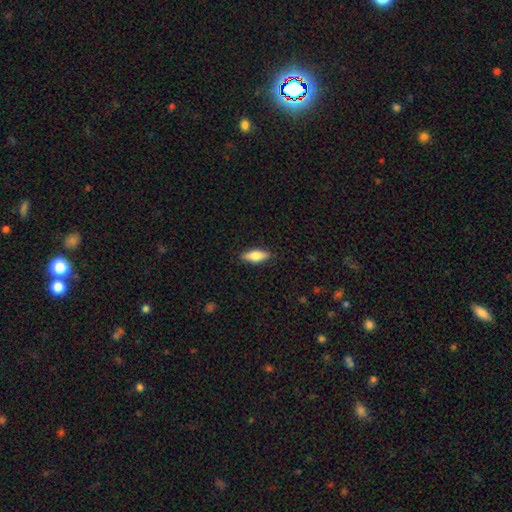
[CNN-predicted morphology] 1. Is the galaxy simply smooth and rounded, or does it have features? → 74% smooth, 20% featured or disk, 6% star or artifact.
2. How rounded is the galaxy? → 66% in between, 31% cigar-shaped, 3% round.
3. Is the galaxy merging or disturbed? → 88% none, 9% minor disturbance, 2% major disturbance, 1% merger.